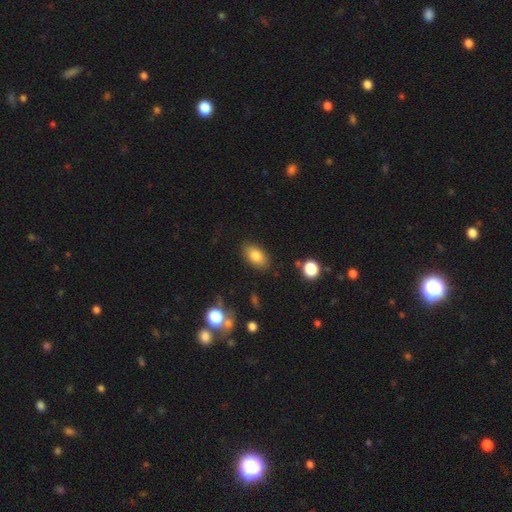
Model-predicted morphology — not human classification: This is clearly a smooth galaxy (81%). How rounded: clearly in between (91%). Merging: clearly none (85%).